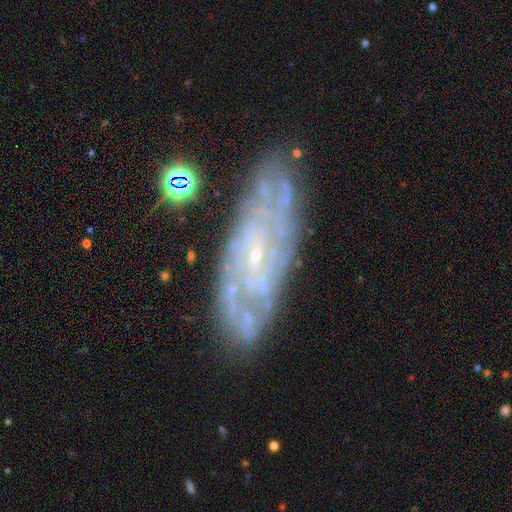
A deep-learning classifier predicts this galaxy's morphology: The model was most divided on "bar": no: 63%, weak: 29%, strong: 8%. Remaining: spiral arms — yes (89%); edge-on disk — no (87%); bulge size — small (84%); smooth or featured — featured or disk (82%); merging — none (78%); spiral winding — tight (64%); spiral arm count — can't tell (49%).